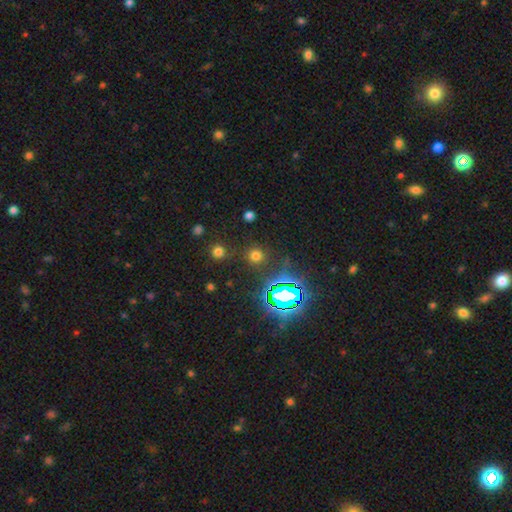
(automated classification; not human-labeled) A smooth galaxy with no disk features (62%) that is round (91%). Merging: none (85%).